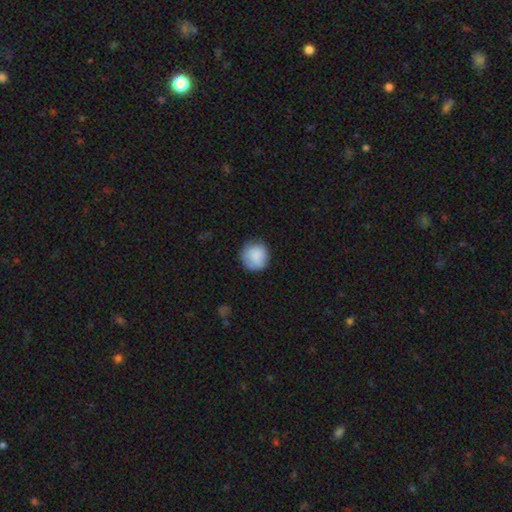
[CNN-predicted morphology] This appears to be a smooth galaxy with no disk features (87%) that is round (92%). Merging: none (81%).